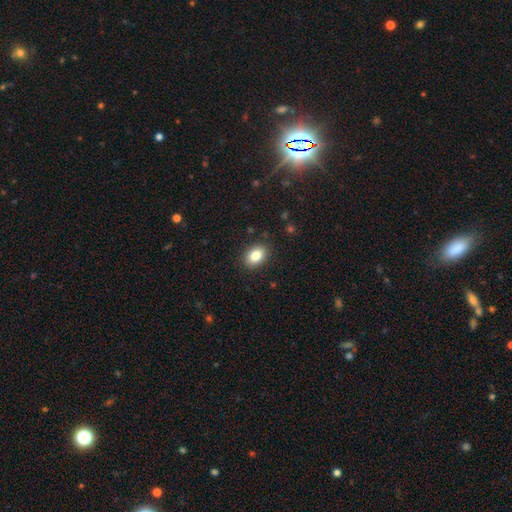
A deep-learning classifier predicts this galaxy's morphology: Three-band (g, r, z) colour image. It shows a smooth galaxy with no disk features (83%) that is in between round and cigar-shaped (79%). Merging: none (88%).